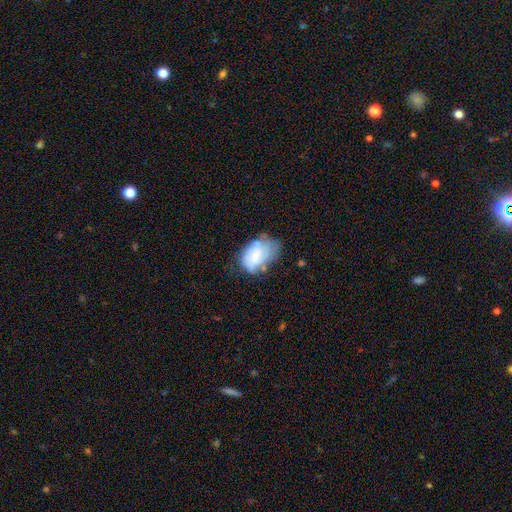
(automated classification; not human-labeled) Smooth or featured? Predicted: smooth (p=0.55). How rounded? Predicted: in between (p=0.85). Merging? Predicted: none (p=0.42).